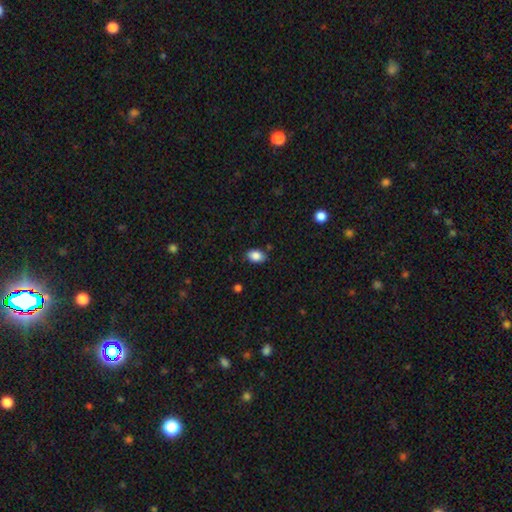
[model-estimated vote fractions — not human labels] Q: Smooth or featured?
A: smooth (87%); runner-up: star or artifact (8%)
Q: How rounded?
A: in between (84%); runner-up: round (15%)
Q: Merging?
A: none (82%); runner-up: minor disturbance (13%)